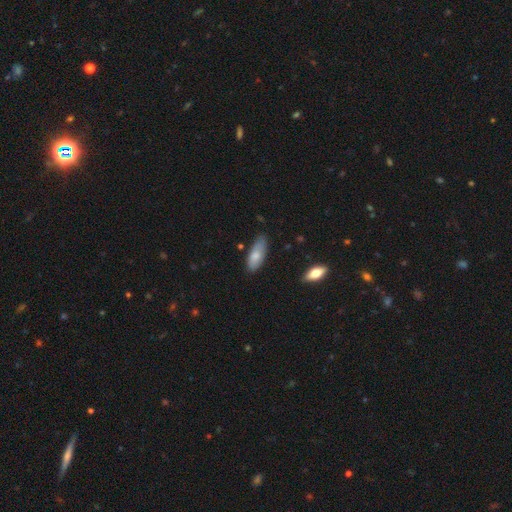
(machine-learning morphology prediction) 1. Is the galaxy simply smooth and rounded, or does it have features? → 77% smooth, 17% featured or disk, 6% star or artifact.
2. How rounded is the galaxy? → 77% in between, 21% cigar-shaped, 2% round.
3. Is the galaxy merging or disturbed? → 69% none, 25% minor disturbance, 4% major disturbance, 2% merger.